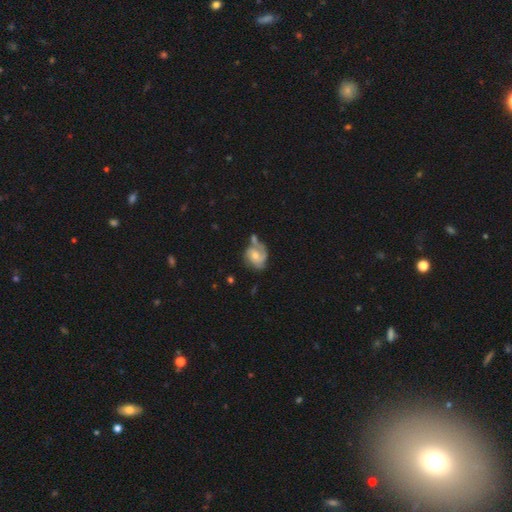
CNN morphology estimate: The model was most divided on "spiral winding": medium: 44%, tight: 41%, loose: 16%. Remaining: edge-on disk — no (98%); spiral arms — yes (92%); smooth or featured — featured or disk (74%); bar — no (67%); bulge size — moderate (52%); merging — none (42%); spiral arm count — 2 (42%).